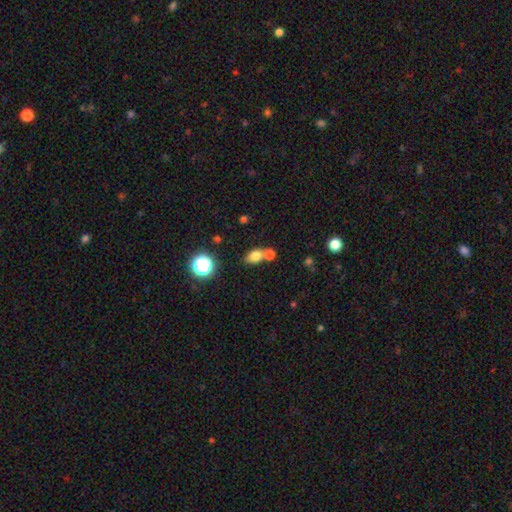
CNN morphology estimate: Smooth or featured? Predicted: smooth (p=0.78). How rounded? Predicted: in between (p=0.70). Merging? Predicted: none (p=0.54).